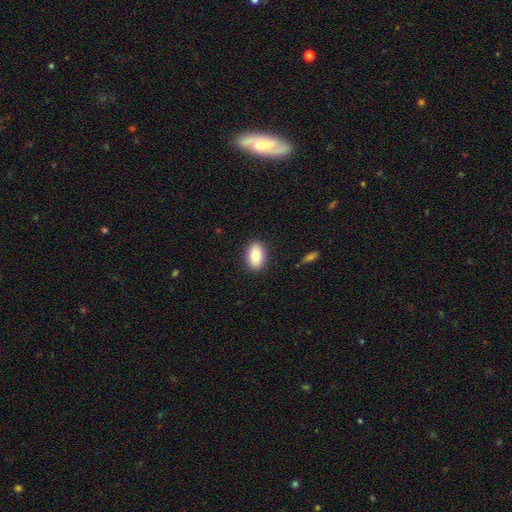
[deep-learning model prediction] Smooth or featured? Predicted: smooth (p=0.83). How rounded? Predicted: in between (p=0.89). Merging? Predicted: none (p=0.88).